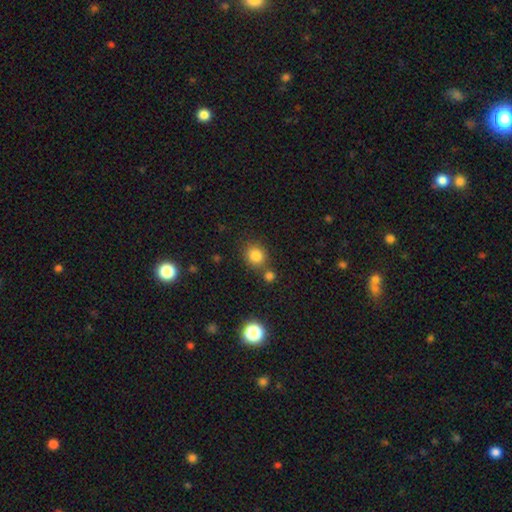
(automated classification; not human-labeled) This appears to be a smooth galaxy with no disk features (82%) that is round (84%). Merging: none (71%).